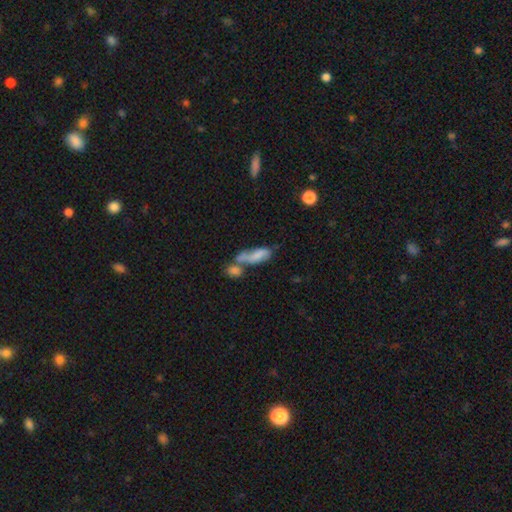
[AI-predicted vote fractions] Morphology: type=smooth (68%); roundness=in between (65%); merging=merger (58%).